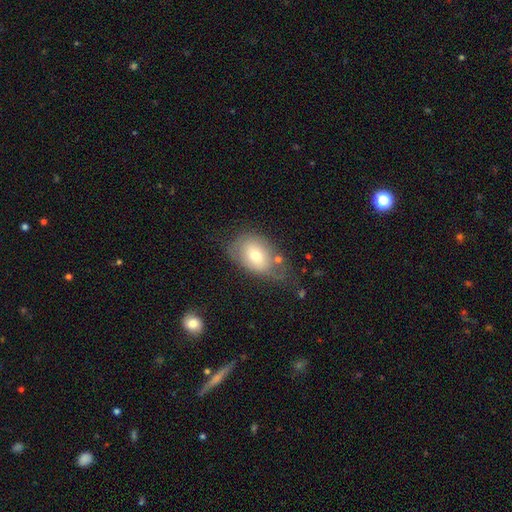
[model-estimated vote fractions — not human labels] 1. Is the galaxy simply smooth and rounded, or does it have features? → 67% smooth, 25% featured or disk, 8% star or artifact.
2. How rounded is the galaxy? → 81% in between, 18% round, 1% cigar-shaped.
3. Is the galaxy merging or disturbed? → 46% none, 32% minor disturbance, 16% major disturbance, 7% merger.